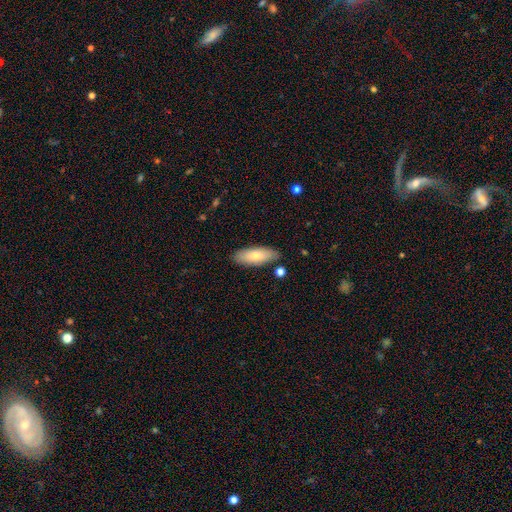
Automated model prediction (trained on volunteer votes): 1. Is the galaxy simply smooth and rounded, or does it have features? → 76% smooth, 18% featured or disk, 6% star or artifact.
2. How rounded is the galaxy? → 72% in between, 26% cigar-shaped, 2% round.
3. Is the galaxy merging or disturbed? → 84% none, 11% minor disturbance, 3% merger, 2% major disturbance.